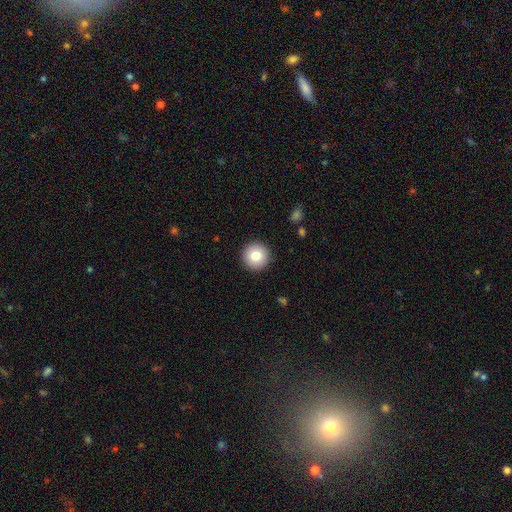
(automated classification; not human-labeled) Morphology: type=smooth (81%); roundness=round (96%); merging=none (92%).